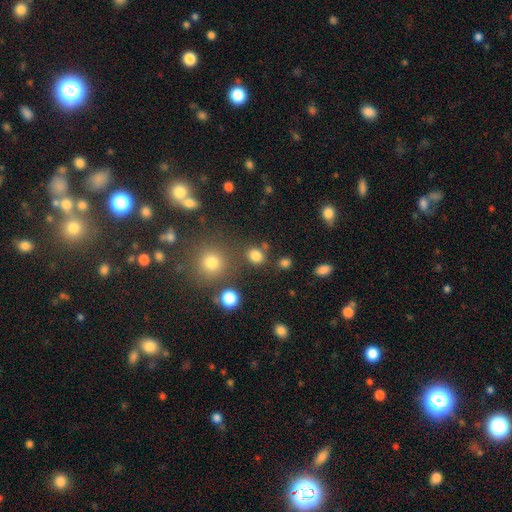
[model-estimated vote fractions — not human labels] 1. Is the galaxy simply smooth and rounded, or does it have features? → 79% smooth, 16% star or artifact, 5% featured or disk.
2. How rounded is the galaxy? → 72% round, 27% in between, 1% cigar-shaped.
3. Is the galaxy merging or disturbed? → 77% none, 10% minor disturbance, 9% merger, 4% major disturbance.